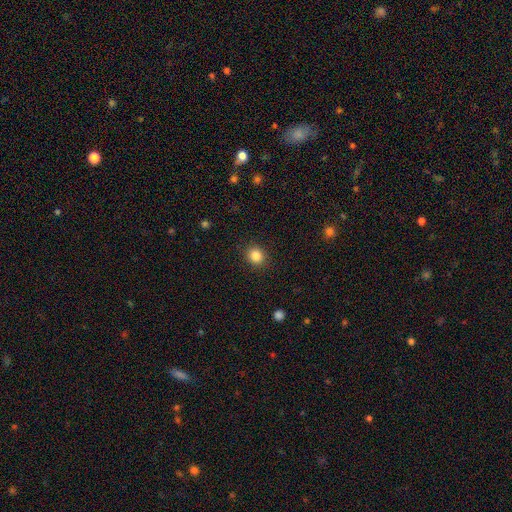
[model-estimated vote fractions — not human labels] smooth 85%, star or artifact 11%, featured or disk 4%. Down the decision tree: how rounded — round (78%); merging — none (90%).